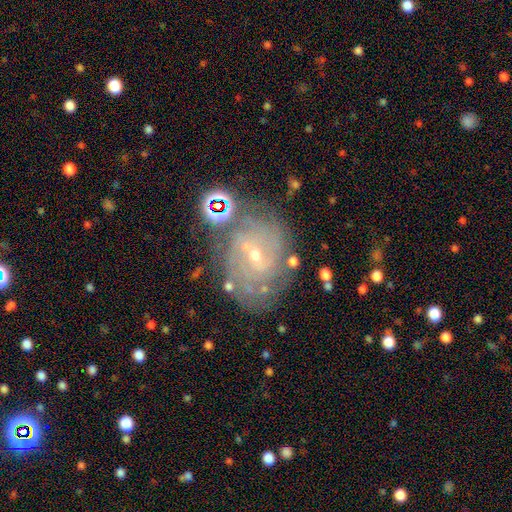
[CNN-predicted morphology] A featured or disk galaxy (81%) with a weak bar (51%), tight (63%) spiral arms (91%) and a small central bulge (68%).

Vote fractions:
- Smooth or featured? featured or disk: 81% / star or artifact: 10% / smooth: 9%
- Edge-on disk? no: 97% / yes: 3%
- Bar? weak: 51% / no: 35% / strong: 14%
- Spiral arms? yes: 91% / no: 9%
- Spiral winding? tight: 63% / medium: 29% / loose: 8%
- Spiral arm count? can't tell: 42% / 2: 23% / 3: 14% / 4: 10% / more than 4: 6% / 1: 5%
- Bulge size? small: 68% / moderate: 29% / none: 1% / large: 1% / dominant: 1%
- Merging? none: 66% / minor disturbance: 18% / major disturbance: 9% / merger: 7%